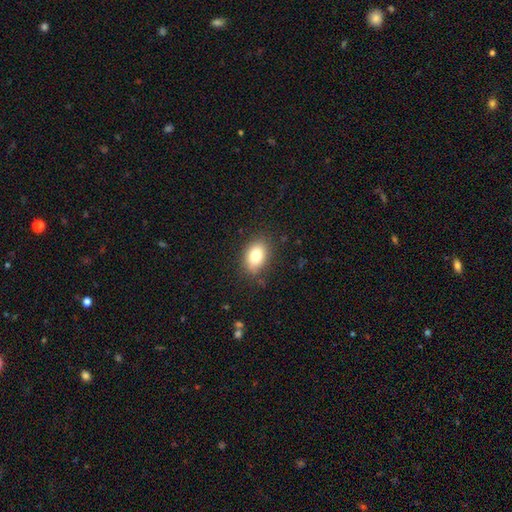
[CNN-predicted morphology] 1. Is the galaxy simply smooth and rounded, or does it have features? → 80% smooth, 11% featured or disk, 9% star or artifact.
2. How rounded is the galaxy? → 83% in between, 16% round, 1% cigar-shaped.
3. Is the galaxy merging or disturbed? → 82% none, 14% minor disturbance, 3% major disturbance, 1% merger.